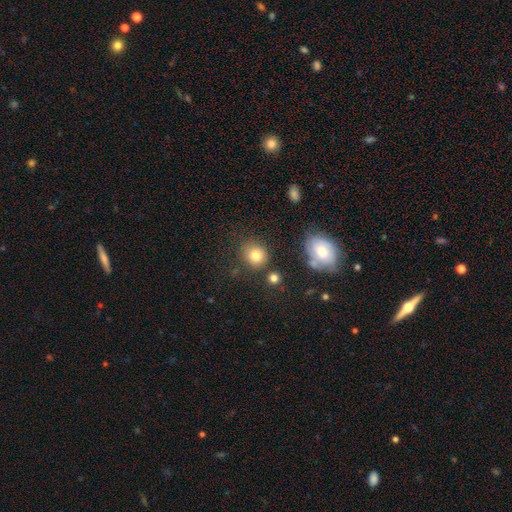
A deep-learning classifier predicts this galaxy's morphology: The model was most divided on "how rounded": round: 79%, in between: 20%, cigar-shaped: 1%. More confident: smooth or featured — smooth (81%); merging — none (76%).